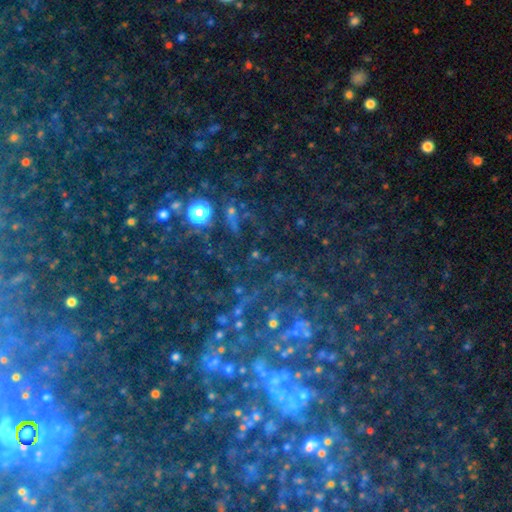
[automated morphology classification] star or artifact 68%, featured or disk 18%, smooth 15%.